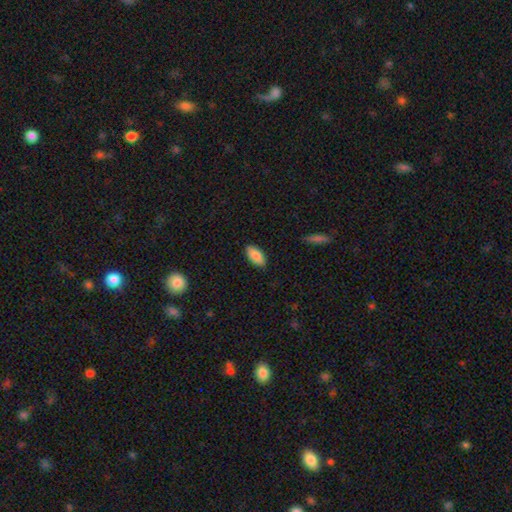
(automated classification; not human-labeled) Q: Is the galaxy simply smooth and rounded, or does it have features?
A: smooth — 84%.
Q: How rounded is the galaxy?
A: in between — 90%.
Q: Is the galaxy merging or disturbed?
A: none — 87%.